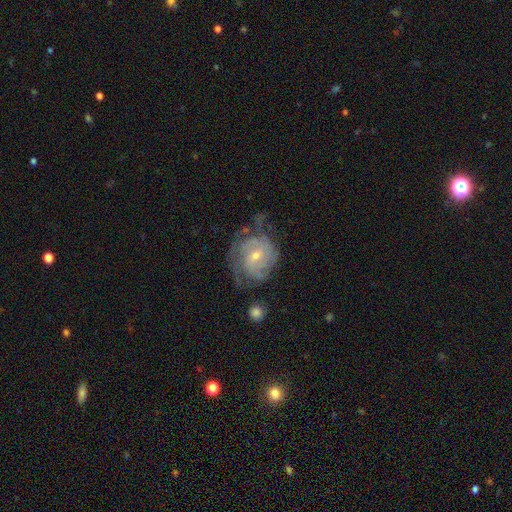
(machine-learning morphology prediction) The model was most divided on "spiral arm count": can't tell: 38%, 2: 23%, 3: 20%, 4: 9%, 1: 5%, more than 4: 5%. More confident: edge-on disk — no (97%); spiral arms — yes (92%); smooth or featured — featured or disk (81%); spiral winding — tight (64%); bulge size — small (58%); merging — none (57%); bar — no (56%).